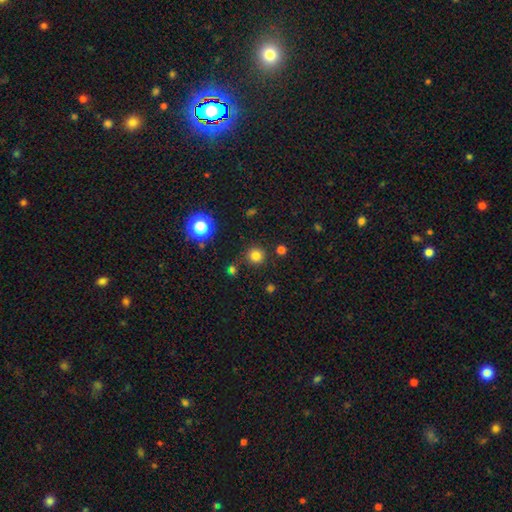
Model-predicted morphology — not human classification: Smooth or featured? Predicted: smooth (p=0.79). How rounded? Predicted: round (p=0.94). Merging? Predicted: none (p=0.87).